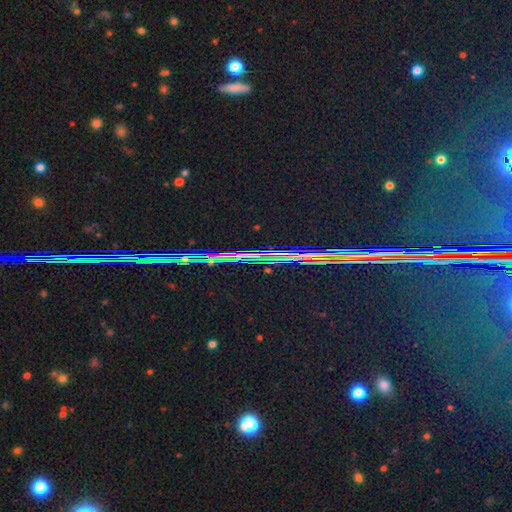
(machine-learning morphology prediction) Smooth or featured? Predicted: star or artifact (p=0.84).